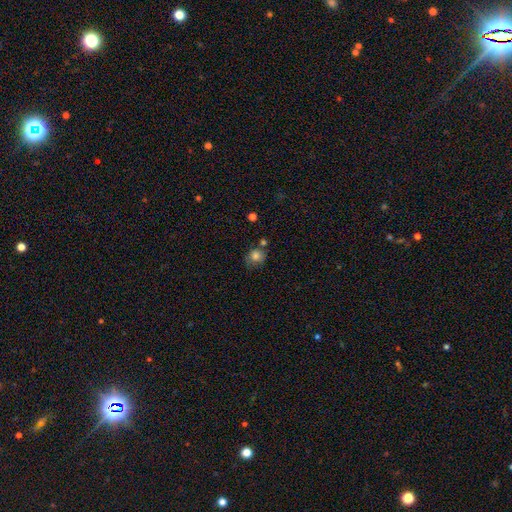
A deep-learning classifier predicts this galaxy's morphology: Q: Smooth or featured?
A: smooth (79%); runner-up: star or artifact (11%)
Q: How rounded?
A: round (72%); runner-up: in between (27%)
Q: Merging?
A: none (54%); runner-up: minor disturbance (25%)